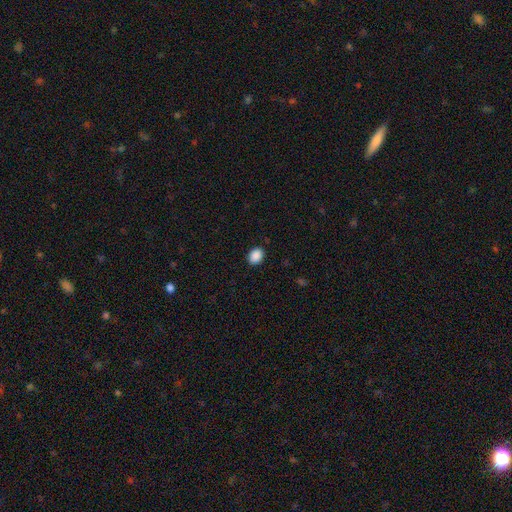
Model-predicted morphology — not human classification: A smooth galaxy with no disk features (89%) that is in between round and cigar-shaped (60%). Merging: none (89%).